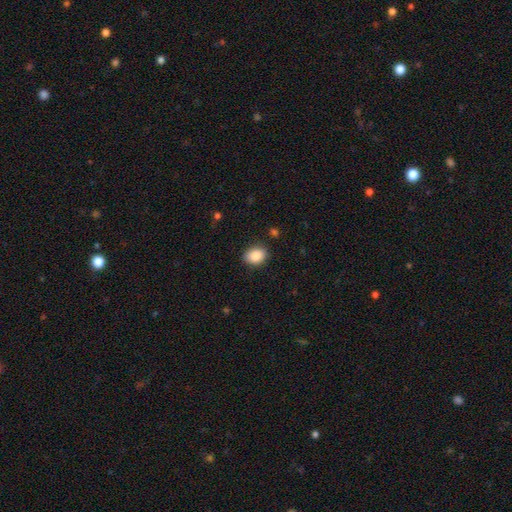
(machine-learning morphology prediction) A smooth galaxy with no disk features (87%) that is in between round and cigar-shaped (61%).

Vote fractions:
- Smooth or featured? smooth: 87% / star or artifact: 8% / featured or disk: 5%
- How rounded? in between: 61% / round: 38% / cigar-shaped: 1%
- Merging? none: 86% / minor disturbance: 10% / major disturbance: 2% / merger: 1%